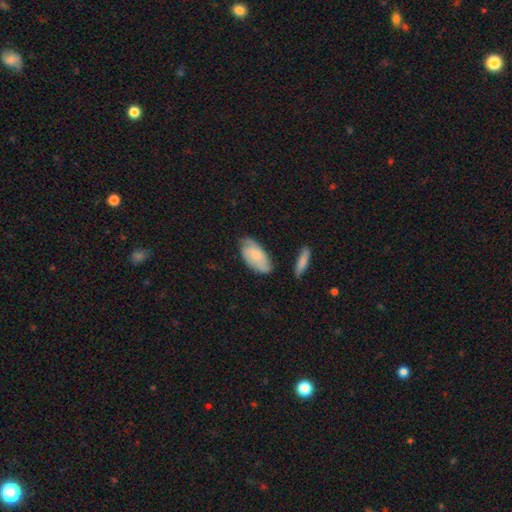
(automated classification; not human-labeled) smooth-or-featured: smooth: 58% | featured or disk: 36% | star or artifact: 6%
  how-rounded: in between: 92% | cigar-shaped: 5% | round: 3%
  merging: none: 66% | minor disturbance: 24% | major disturbance: 6% | merger: 4%